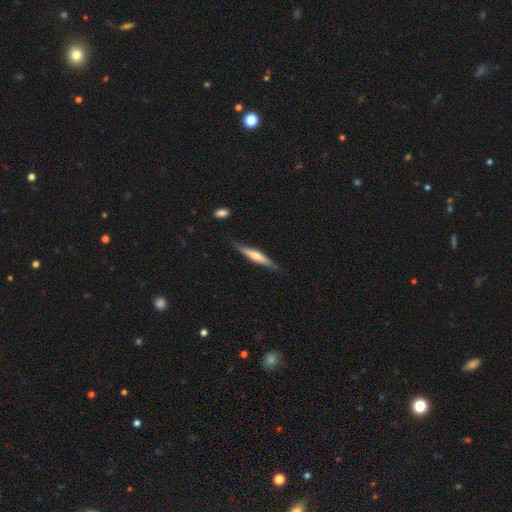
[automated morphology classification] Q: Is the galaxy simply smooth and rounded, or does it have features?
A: featured or disk — 49%.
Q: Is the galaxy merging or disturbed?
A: none — 80%.